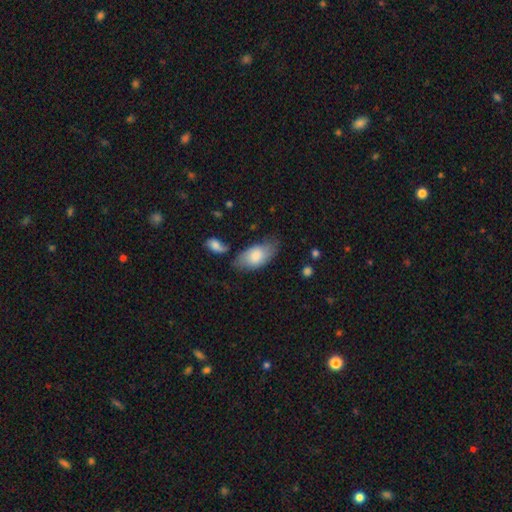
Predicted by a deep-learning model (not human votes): The model was most divided on "merging": none: 62%, minor disturbance: 24%, major disturbance: 7%, merger: 7%. More confident: how rounded — in between (92%); smooth or featured — smooth (77%).